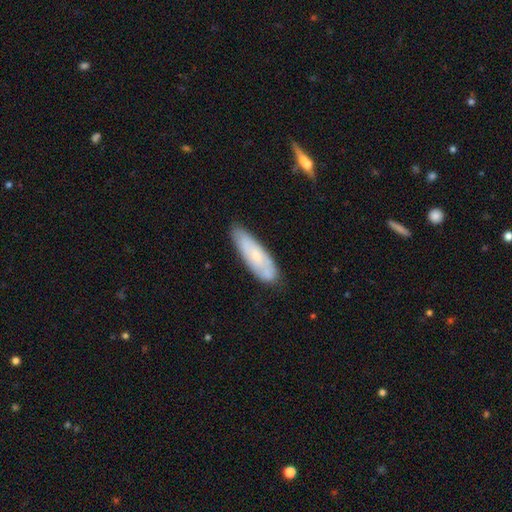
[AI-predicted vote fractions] This appears to be a smooth galaxy with no disk features (54%) that is cigar-shaped (51%). Merging: none (77%).